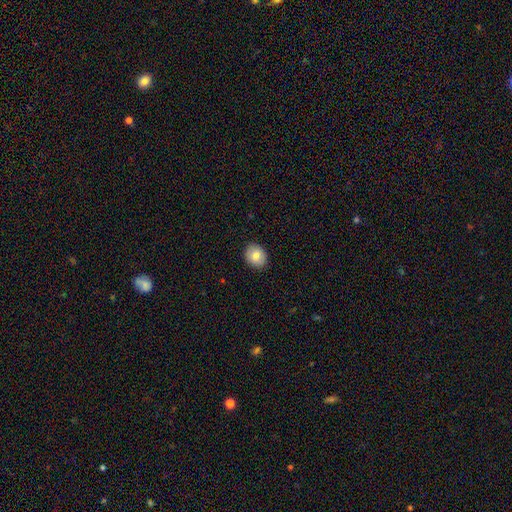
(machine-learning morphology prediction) smooth-or-featured: smooth: 79% | featured or disk: 13% | star or artifact: 8%
  how-rounded: round: 53% | in between: 47% | cigar-shaped: 1%
  merging: none: 90% | minor disturbance: 8% | major disturbance: 2% | merger: 1%